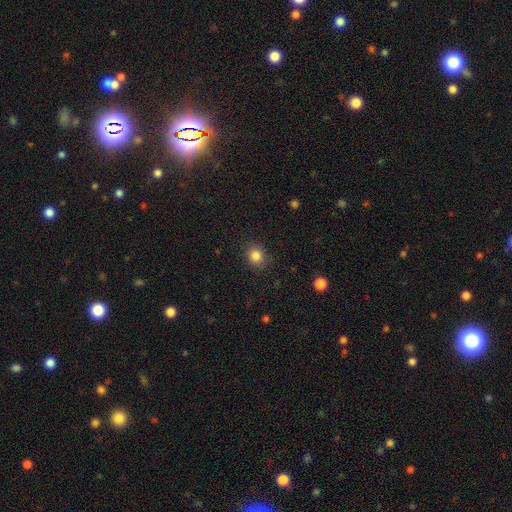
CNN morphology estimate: Smooth or featured?
  - smooth: 85% *
  - star or artifact: 11%
  - featured or disk: 5%
How rounded?
  - round: 79% *
  - in between: 20%
  - cigar-shaped: 1%
Merging?
  - none: 88% *
  - minor disturbance: 8%
  - major disturbance: 3%
  - merger: 1%